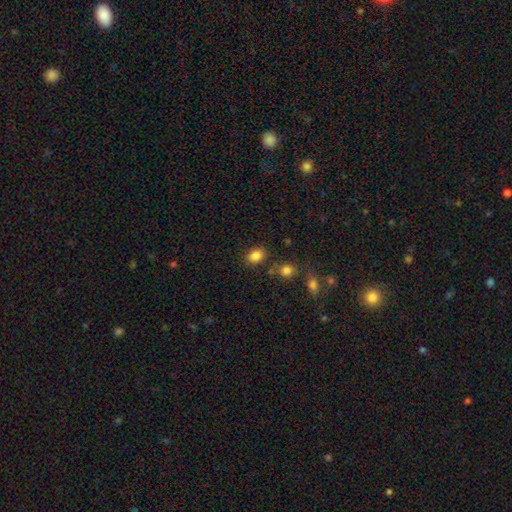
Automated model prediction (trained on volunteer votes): smooth_or_featured: smooth (p=0.84) [alt: star or artifact p=0.10]
how_rounded: in between (p=0.62) [alt: round p=0.37]
merging: none (p=0.79) [alt: minor disturbance p=0.12]